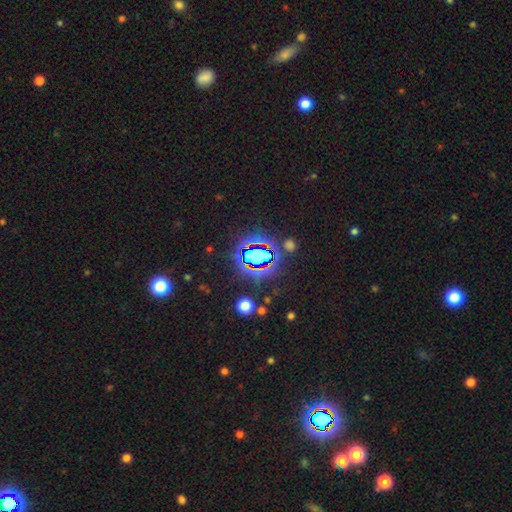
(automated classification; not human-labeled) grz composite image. It shows a star or artifact, not a galaxy (64%).